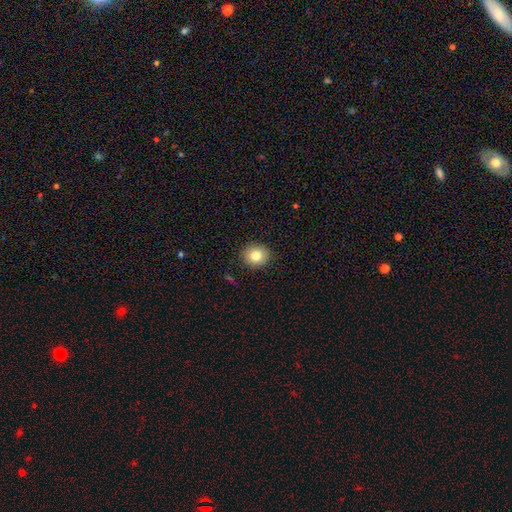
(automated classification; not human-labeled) Smooth or featured?
  - smooth: 81% *
  - star or artifact: 10%
  - featured or disk: 9%
How rounded?
  - round: 84% *
  - in between: 15%
  - cigar-shaped: 1%
Merging?
  - none: 90% *
  - minor disturbance: 7%
  - major disturbance: 2%
  - merger: 1%